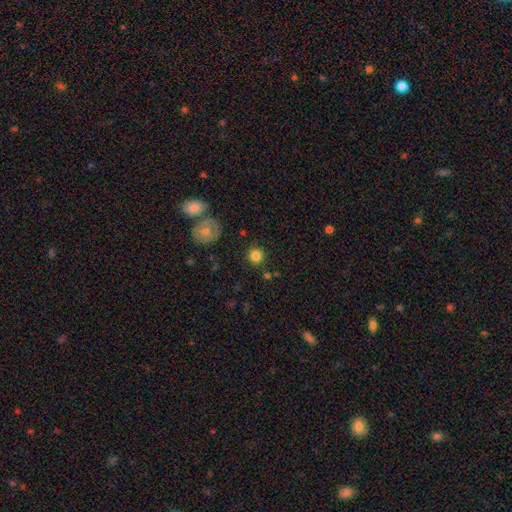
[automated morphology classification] Smooth or featured? smooth (82%)
How rounded? round (93%)
Merging? none (87%)